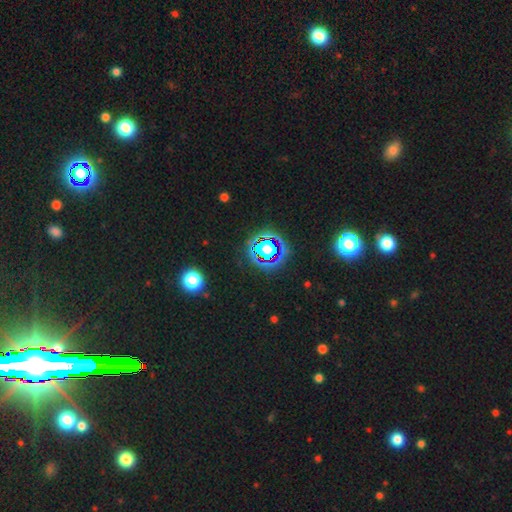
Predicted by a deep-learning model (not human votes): This is likely a star or artifact rather than a galaxy (79%).